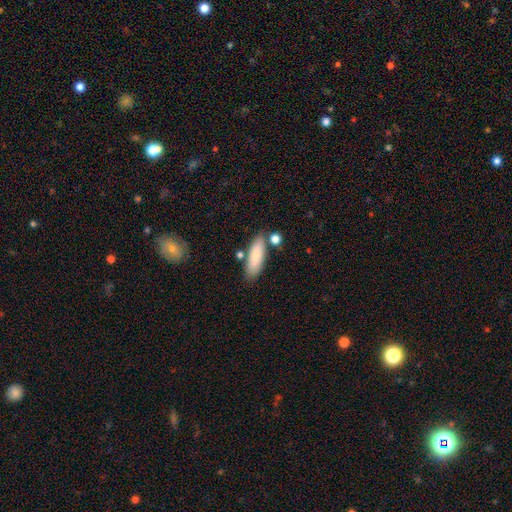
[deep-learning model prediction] Smooth or featured: smooth — 82% (featured or disk — 12%)
How rounded: in between — 57% (cigar-shaped — 41%)
Merging: none — 75% (minor disturbance — 13%)